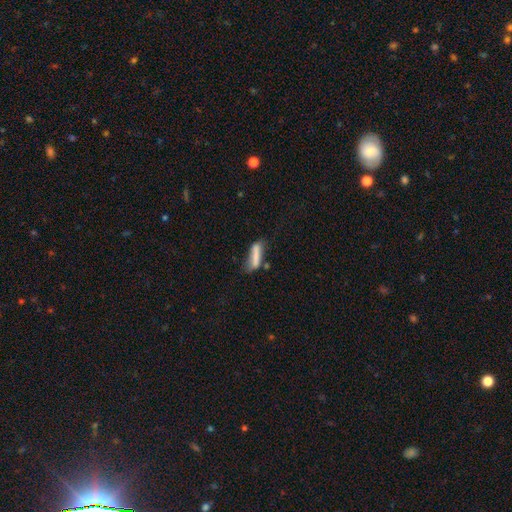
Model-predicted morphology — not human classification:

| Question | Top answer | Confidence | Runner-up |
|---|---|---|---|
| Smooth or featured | smooth | 73% | featured or disk (19%) |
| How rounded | cigar-shaped | 70% | in between (28%) |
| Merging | none | 46% | minor disturbance (31%) |